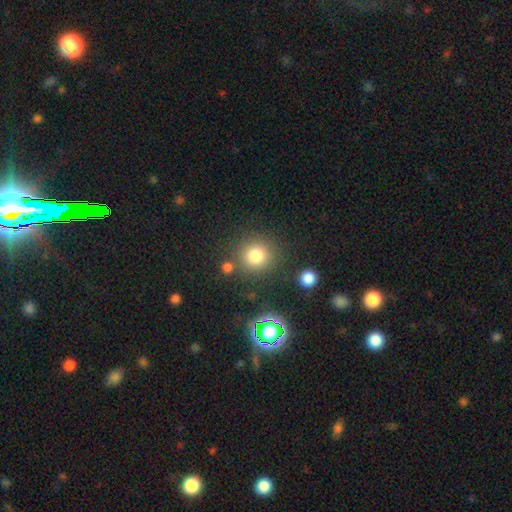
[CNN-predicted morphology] Smooth or featured? smooth (79%)
How rounded? round (91%)
Merging? none (80%)